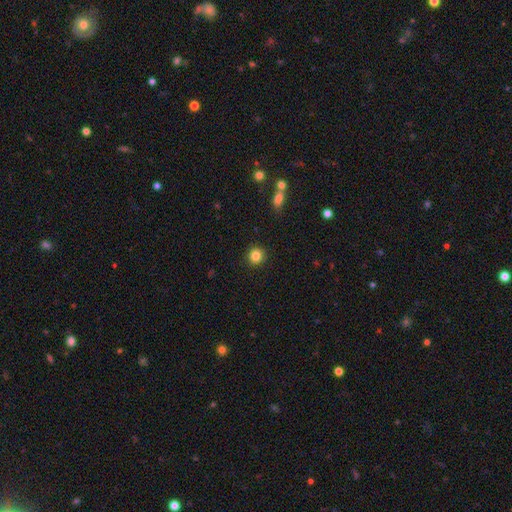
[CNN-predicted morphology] smooth 85%, star or artifact 11%, featured or disk 5%. Down the decision tree: how rounded — round (92%); merging — none (91%).